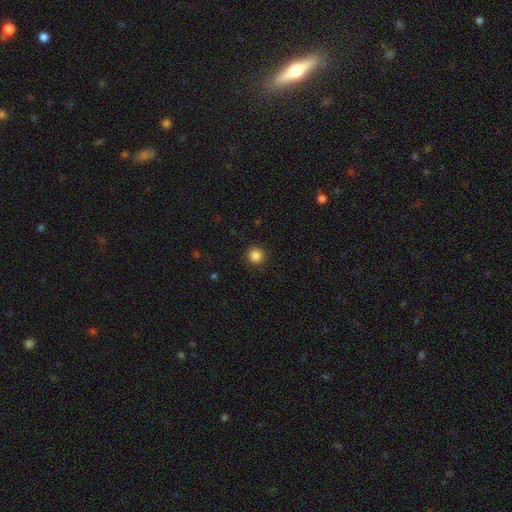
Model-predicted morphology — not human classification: type=smooth (86%); roundness=round (95%); merging=none (92%).